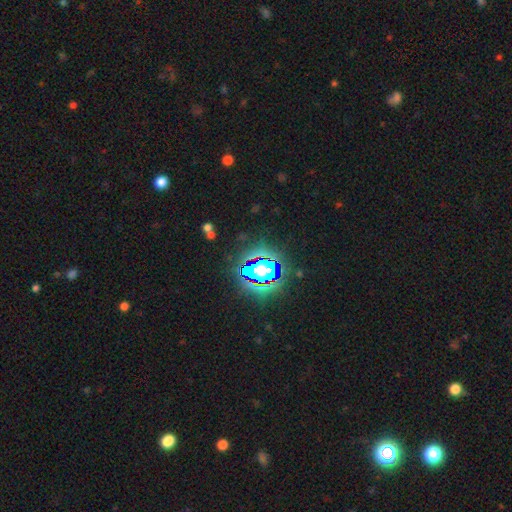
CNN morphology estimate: Smooth or featured?
  - star or artifact: 81% *
  - smooth: 12%
  - featured or disk: 8%